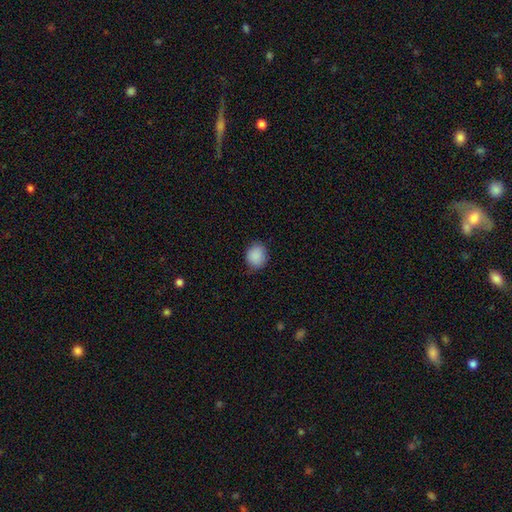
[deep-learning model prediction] smooth-or-featured: smooth: 89% | star or artifact: 7% | featured or disk: 3%
  how-rounded: round: 64% | in between: 36% | cigar-shaped: 1%
  merging: none: 81% | minor disturbance: 15% | major disturbance: 3% | merger: 1%